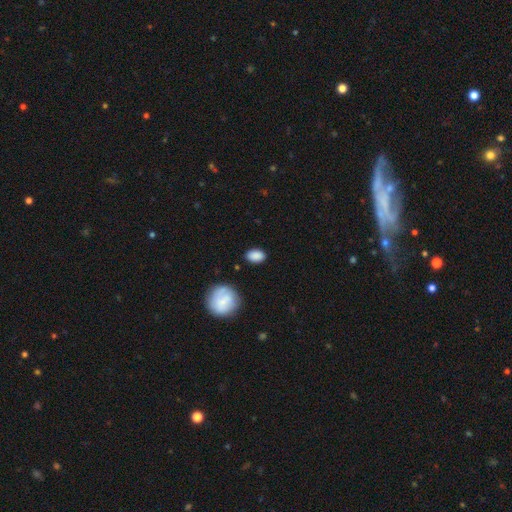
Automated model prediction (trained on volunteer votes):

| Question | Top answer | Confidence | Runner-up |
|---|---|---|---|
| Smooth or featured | smooth | 87% | star or artifact (8%) |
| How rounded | in between | 83% | round (15%) |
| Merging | none | 83% | minor disturbance (12%) |